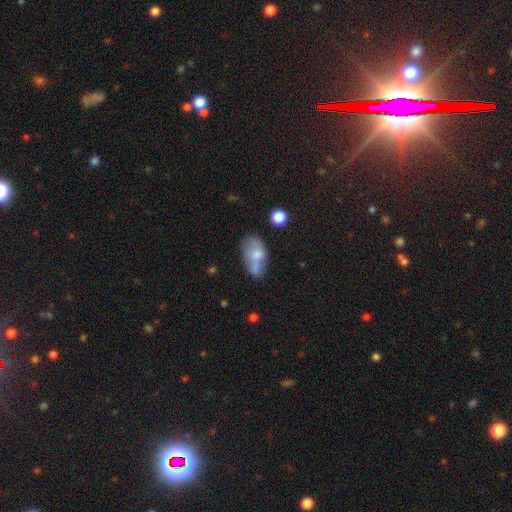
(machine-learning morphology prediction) The model was most divided on "merging": merger: 38%, none: 30%, minor disturbance: 20%, major disturbance: 12%. More confident: how rounded — in between (87%); smooth or featured — smooth (65%).